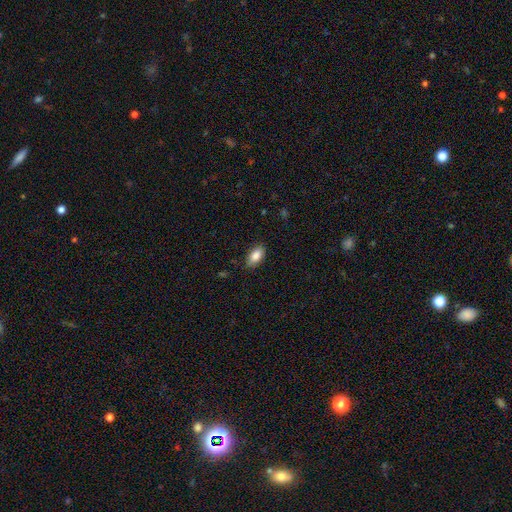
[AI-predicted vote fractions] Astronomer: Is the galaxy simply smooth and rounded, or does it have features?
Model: smooth — 86%.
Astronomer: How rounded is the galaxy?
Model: in between — 91%.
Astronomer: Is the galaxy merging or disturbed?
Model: none — 83%.